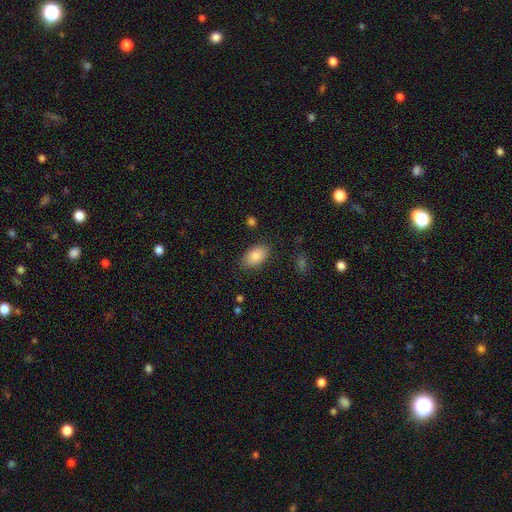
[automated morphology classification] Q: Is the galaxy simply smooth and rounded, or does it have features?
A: smooth — 86%.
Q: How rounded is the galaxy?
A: in between — 91%.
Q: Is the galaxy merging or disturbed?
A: none — 84%.